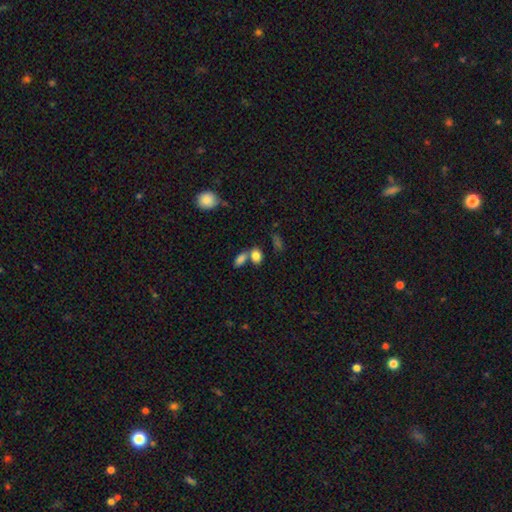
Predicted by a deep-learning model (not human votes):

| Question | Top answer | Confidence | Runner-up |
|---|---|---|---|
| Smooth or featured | smooth | 83% | star or artifact (10%) |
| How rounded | in between | 79% | round (18%) |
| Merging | none | 45% | merger (40%) |